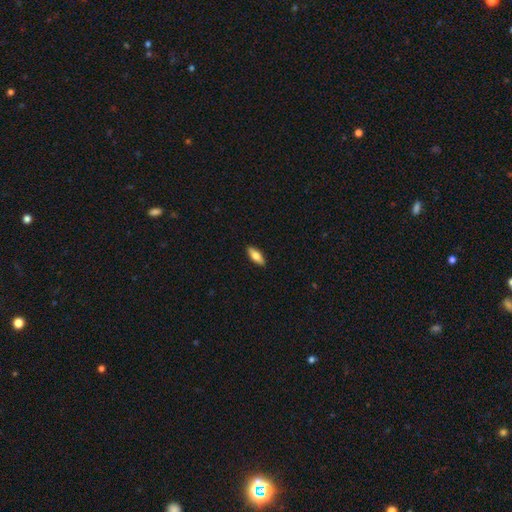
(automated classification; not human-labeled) Overall: smooth (74%). How rounded: in between (69%; cigar-shaped 29%). Merging: none (90%).